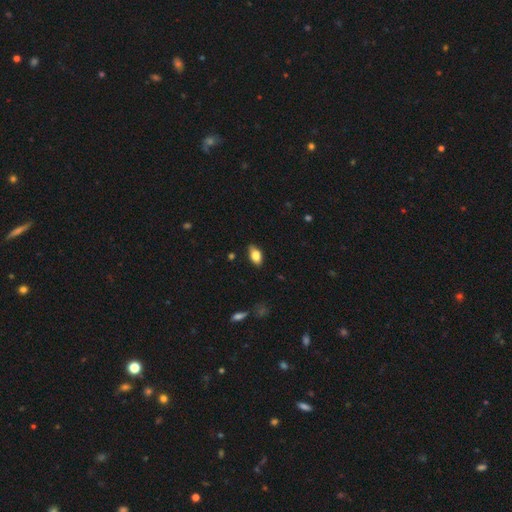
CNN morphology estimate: smooth 82%, featured or disk 10%, star or artifact 8%. Down the decision tree: how rounded — in between (90%); merging — none (77%).